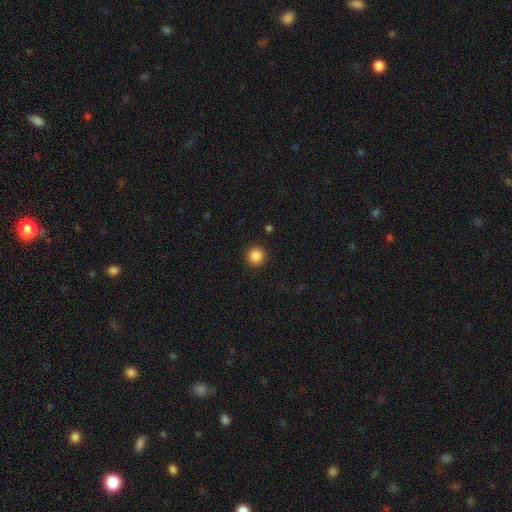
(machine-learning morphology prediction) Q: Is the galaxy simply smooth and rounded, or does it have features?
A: smooth — 87%.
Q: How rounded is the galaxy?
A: round — 95%.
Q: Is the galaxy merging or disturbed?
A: none — 92%.